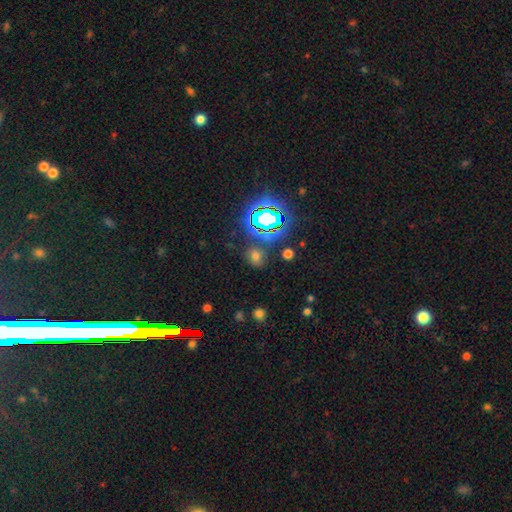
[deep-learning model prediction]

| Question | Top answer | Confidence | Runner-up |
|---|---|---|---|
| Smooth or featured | smooth | 55% | star or artifact (35%) |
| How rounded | round | 61% | in between (37%) |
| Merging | none | 77% | minor disturbance (13%) |